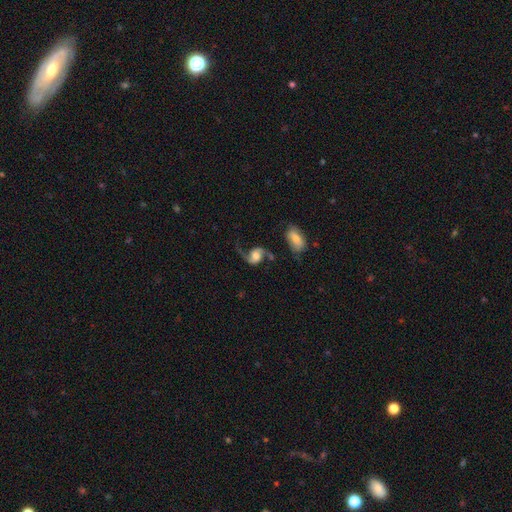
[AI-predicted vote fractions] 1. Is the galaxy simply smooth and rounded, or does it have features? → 84% featured or disk, 10% smooth, 6% star or artifact.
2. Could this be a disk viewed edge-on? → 97% no, 3% yes.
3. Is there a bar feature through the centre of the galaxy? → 63% no, 28% weak, 8% strong.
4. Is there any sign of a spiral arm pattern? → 96% yes, 4% no.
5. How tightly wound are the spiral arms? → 69% loose, 26% medium, 5% tight.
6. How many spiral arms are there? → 89% 2, 7% 1, 2% can't tell, 1% 3, 1% 4, 1% more than 4.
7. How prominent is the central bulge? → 55% moderate, 23% large, 15% small, 4% none, 3% dominant.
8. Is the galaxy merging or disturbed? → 59% none, 18% minor disturbance, 16% major disturbance, 7% merger.